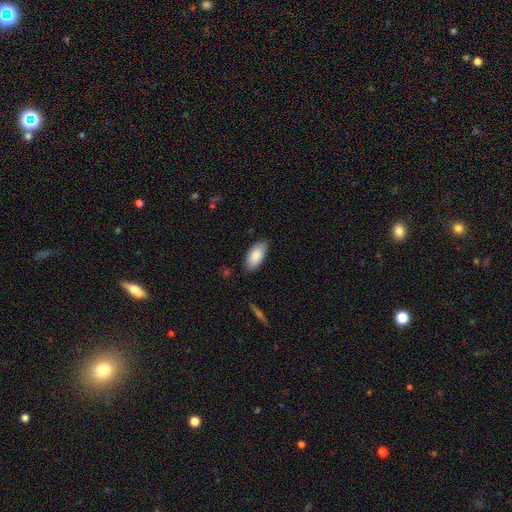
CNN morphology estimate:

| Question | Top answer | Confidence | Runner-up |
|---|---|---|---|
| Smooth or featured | smooth | 88% | featured or disk (6%) |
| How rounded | in between | 93% | cigar-shaped (5%) |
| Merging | none | 83% | minor disturbance (13%) |